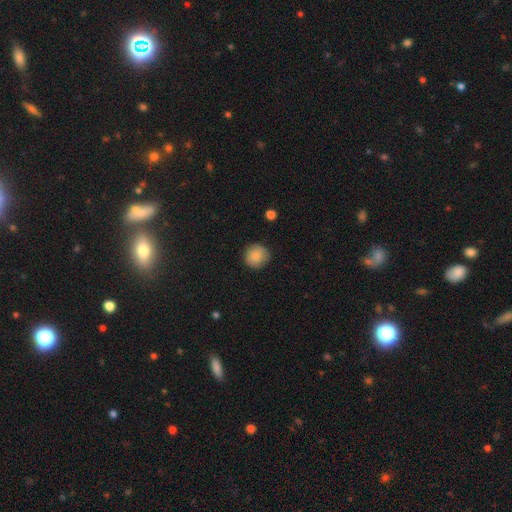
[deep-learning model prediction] This is clearly a smooth galaxy (87%). How rounded: clearly round (93%). Merging: clearly none (85%).